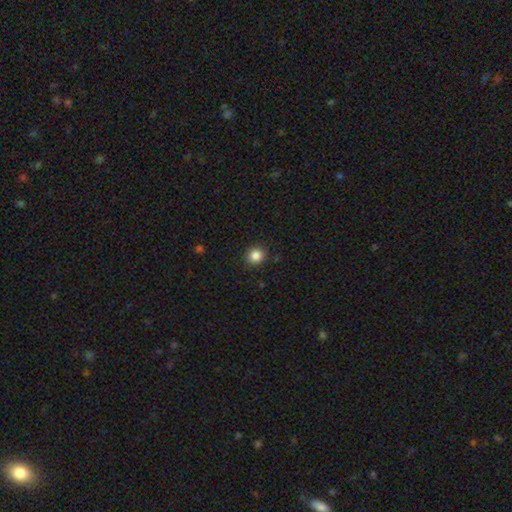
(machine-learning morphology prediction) smooth-or-featured: smooth: 84% | star or artifact: 11% | featured or disk: 5%
  how-rounded: round: 85% | in between: 14% | cigar-shaped: 1%
  merging: none: 90% | minor disturbance: 7% | major disturbance: 2% | merger: 1%